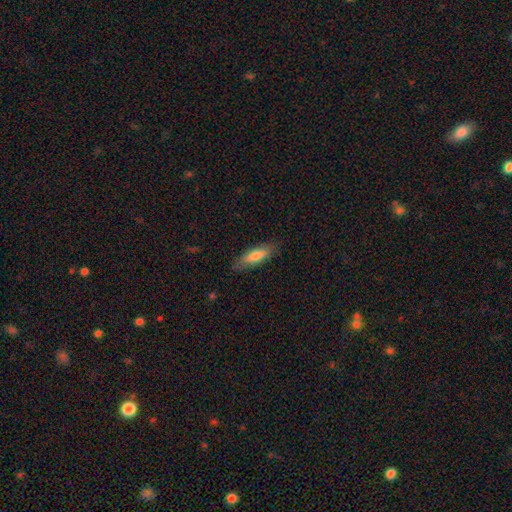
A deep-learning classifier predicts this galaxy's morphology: The model was most divided on "how rounded" (2-way tie): in between: 49%, cigar-shaped: 49%, round: 2%. More confident: merging — none (82%); smooth or featured — smooth (74%).